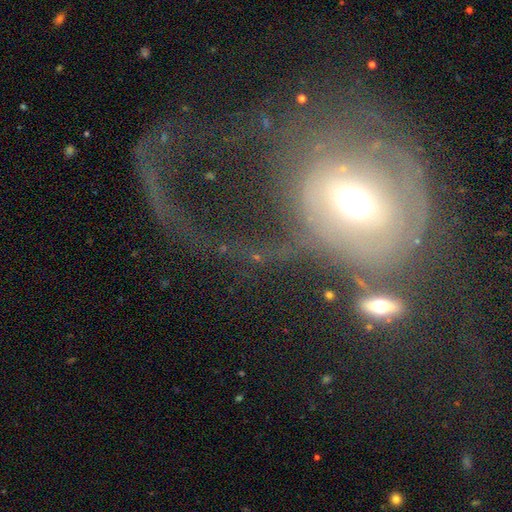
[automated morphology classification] Smooth or featured?
  - featured or disk: 53% *
  - smooth: 30%
  - star or artifact: 17%
Edge-on disk?
  - no: 87% *
  - yes: 13%
Merging?
  - major disturbance: 48% *
  - none: 24%
  - merger: 17%
  - minor disturbance: 11%